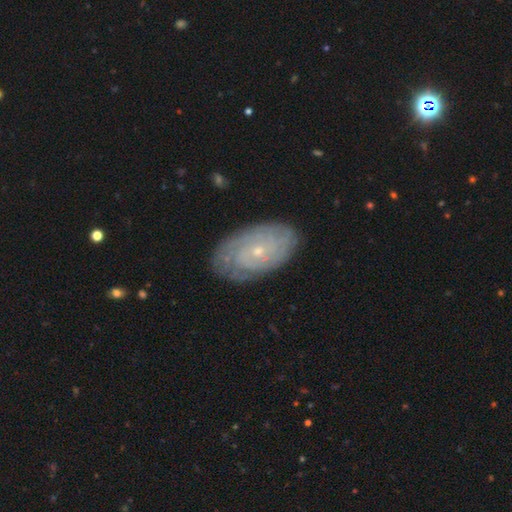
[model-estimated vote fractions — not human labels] Overall: featured or disk (74%). Edge-on disk: no (94%). Bar: no (76%). Spiral arms: yes (91%). Spiral arm count: can't tell (46%; 2 19%). Spiral winding: tight (81%). Bulge size: small (80%). Merging: none (84%).